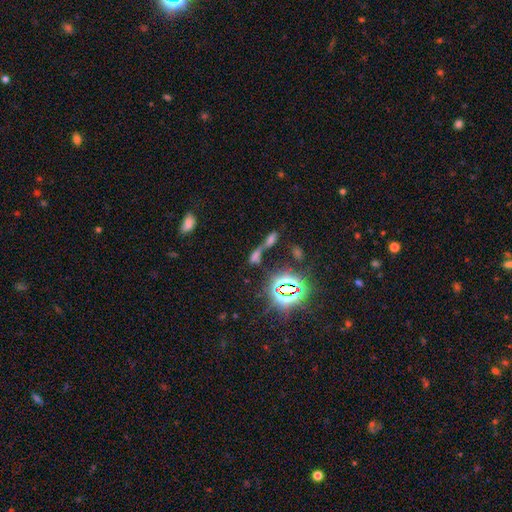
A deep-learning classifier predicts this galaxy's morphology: This is marginally a star or artifact rather than a galaxy (43%).